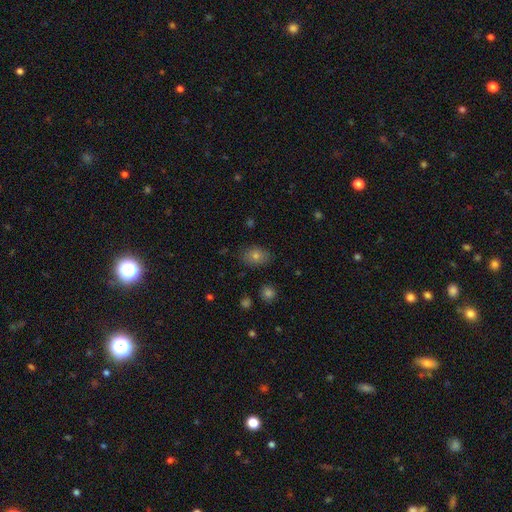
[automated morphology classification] Smooth or featured? smooth (73%)
How rounded? in between (66%)
Merging? none (83%)